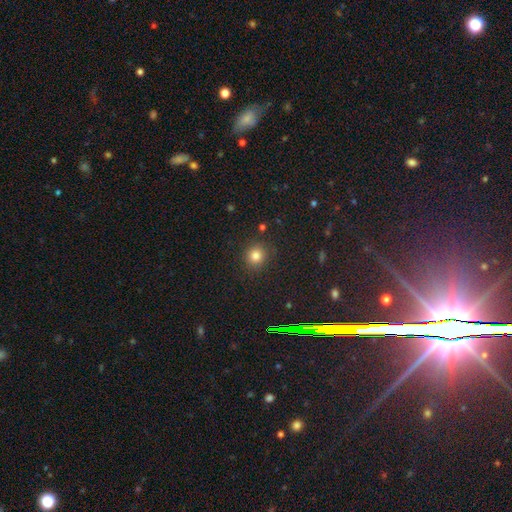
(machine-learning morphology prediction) Q: Smooth or featured?
A: smooth (81%); runner-up: star or artifact (14%)
Q: How rounded?
A: round (86%); runner-up: in between (13%)
Q: Merging?
A: none (88%); runner-up: minor disturbance (7%)